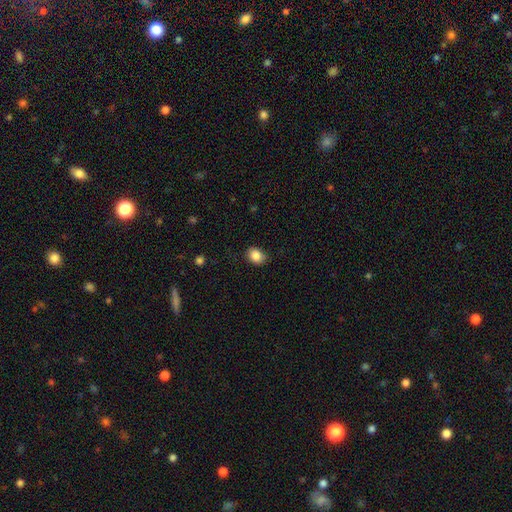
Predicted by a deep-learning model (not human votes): Q: Smooth or featured?
A: smooth (86%); runner-up: star or artifact (9%)
Q: How rounded?
A: in between (54%); runner-up: round (45%)
Q: Merging?
A: none (79%); runner-up: minor disturbance (17%)